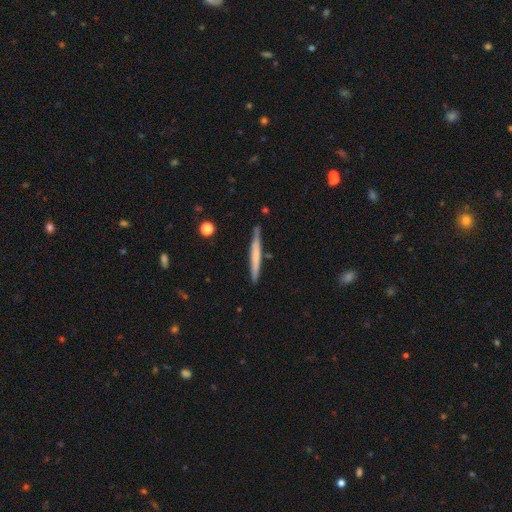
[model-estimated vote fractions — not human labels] smooth 56%, featured or disk 39%, star or artifact 5%. Down the decision tree: how rounded — cigar-shaped (97%); merging — none (85%).